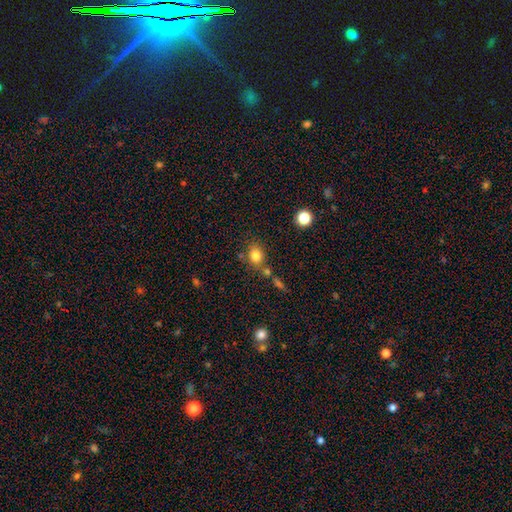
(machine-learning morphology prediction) Smooth or featured? smooth (81%)
How rounded? in between (54%)
Merging? none (66%)